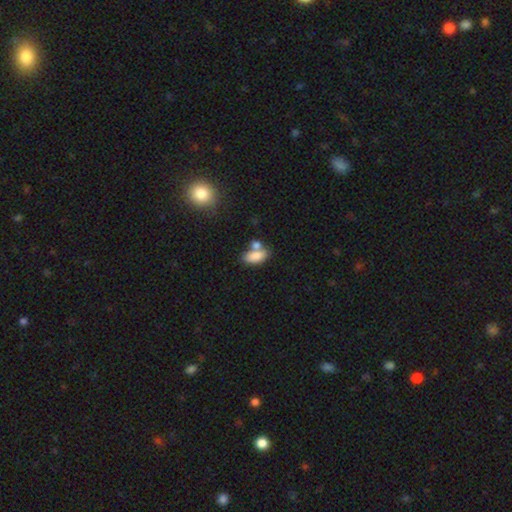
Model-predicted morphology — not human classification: The model was most divided on "merging": none: 45%, merger: 38%, minor disturbance: 13%, major disturbance: 5%. More confident: how rounded — in between (90%); smooth or featured — smooth (83%).